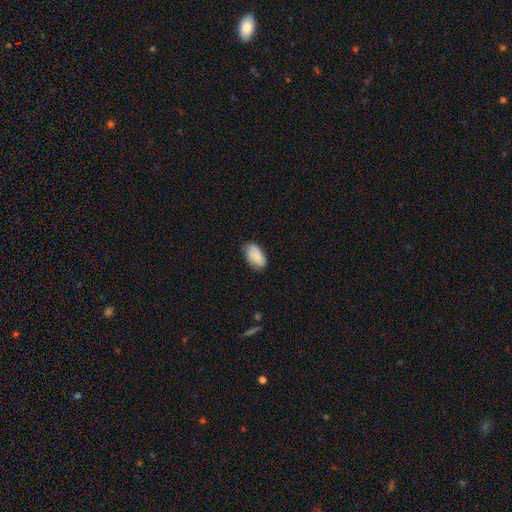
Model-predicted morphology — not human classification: smooth_or_featured: smooth (p=0.78) [alt: featured or disk p=0.14]
how_rounded: in between (p=0.93) [alt: round p=0.05]
merging: none (p=0.72) [alt: minor disturbance p=0.22]